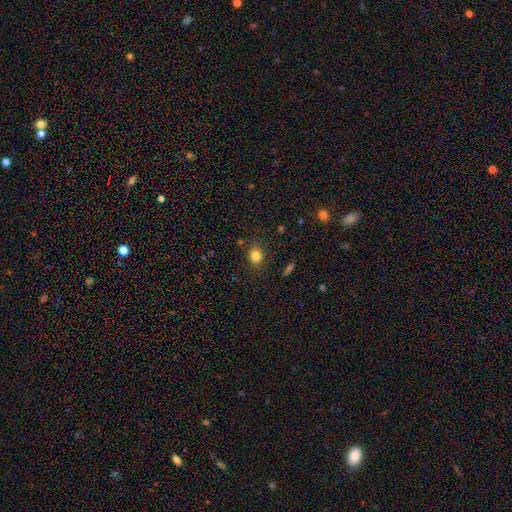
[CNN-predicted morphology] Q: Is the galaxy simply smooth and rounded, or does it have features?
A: smooth — 81%.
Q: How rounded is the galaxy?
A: in between — 54%.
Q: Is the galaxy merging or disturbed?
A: none — 84%.